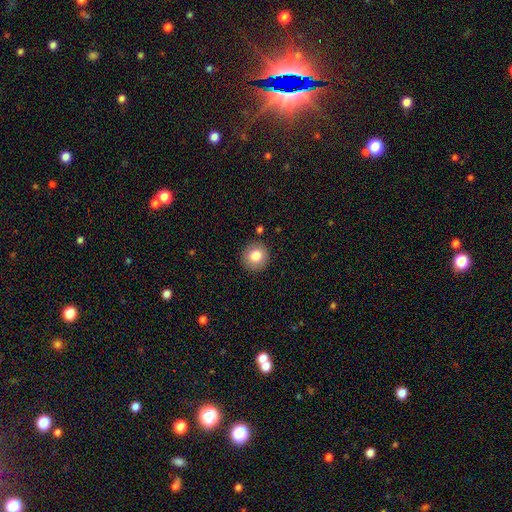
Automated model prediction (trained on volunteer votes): A smooth galaxy with no disk features (82%) that is round (93%). Merging: none (88%).